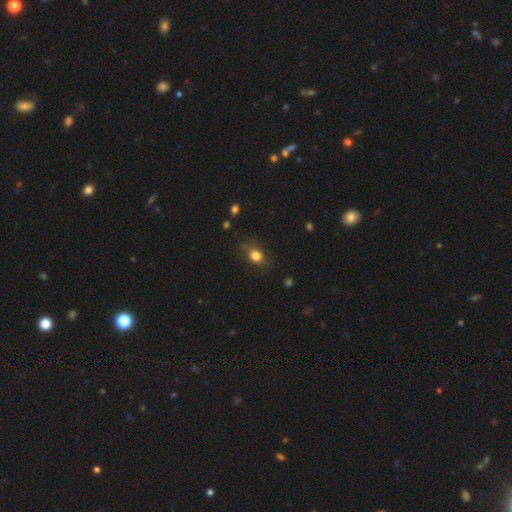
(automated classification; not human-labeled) A smooth galaxy with no disk features (80%) that is round (50%). Merging: none (69%).